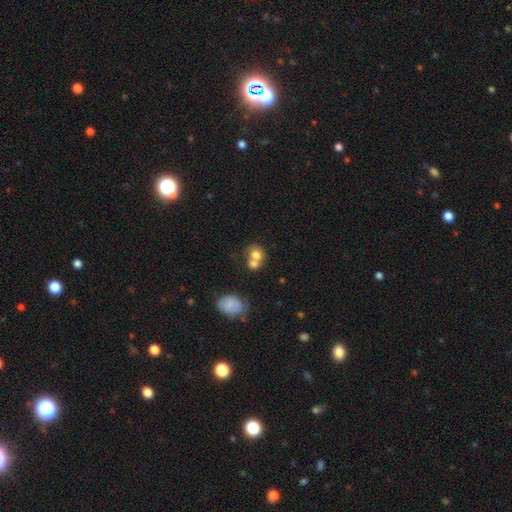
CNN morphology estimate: smooth 73%, featured or disk 18%, star or artifact 10%. Down the decision tree: how rounded — round (69%); merging — merger (57%).